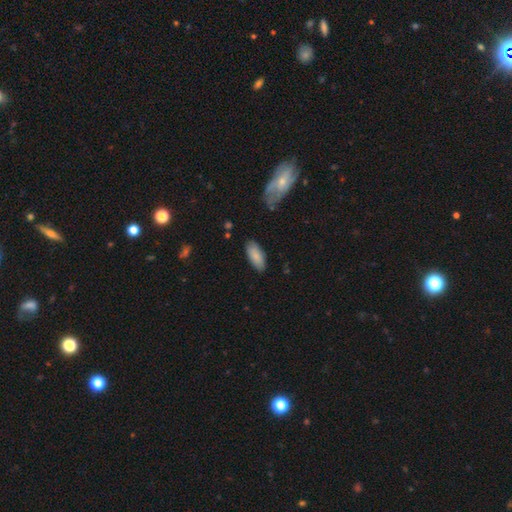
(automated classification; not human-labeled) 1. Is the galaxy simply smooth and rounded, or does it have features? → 84% smooth, 10% featured or disk, 6% star or artifact.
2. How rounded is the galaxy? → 84% in between, 14% cigar-shaped, 2% round.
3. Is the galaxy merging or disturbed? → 83% none, 13% minor disturbance, 3% major disturbance, 2% merger.